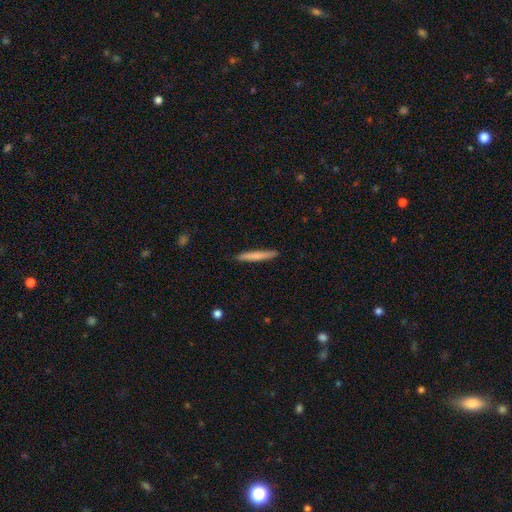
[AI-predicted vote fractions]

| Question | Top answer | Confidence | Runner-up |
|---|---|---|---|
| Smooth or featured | smooth | 71% | featured or disk (23%) |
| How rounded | cigar-shaped | 96% | in between (3%) |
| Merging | none | 89% | minor disturbance (8%) |